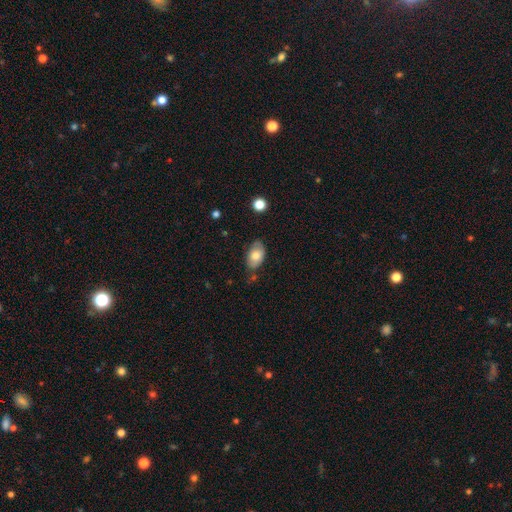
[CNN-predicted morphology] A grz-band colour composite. It shows a smooth galaxy with no disk features (76%) that is in between round and cigar-shaped (91%). Merging: none (69%).